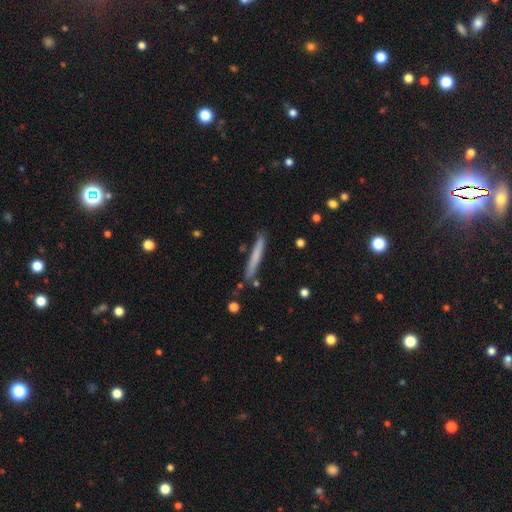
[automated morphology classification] The model was most divided on "smooth or featured": smooth: 65%, featured or disk: 29%, star or artifact: 6%. More confident: how rounded — cigar-shaped (96%); merging — none (82%).